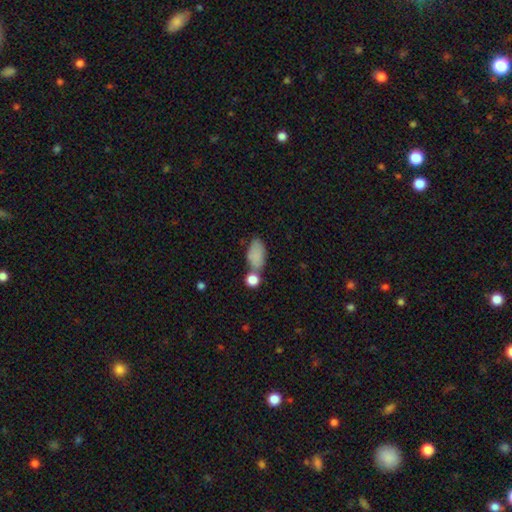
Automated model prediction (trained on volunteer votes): smooth 81%, featured or disk 10%, star or artifact 9%. Down the decision tree: how rounded — in between (89%); merging — none (47%).